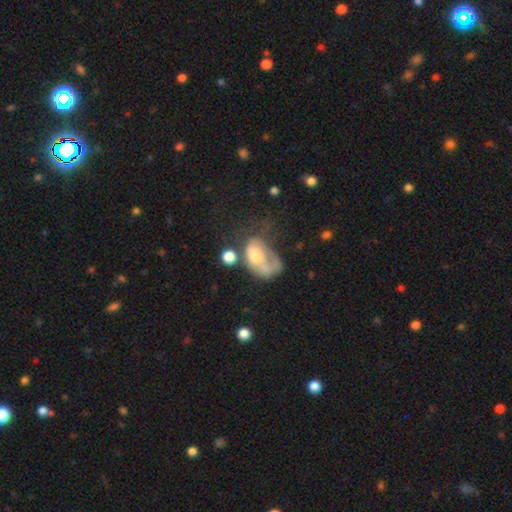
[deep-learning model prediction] Smooth or featured? Predicted: smooth (p=0.51). How rounded? Predicted: in between (p=0.84). Merging? Predicted: major disturbance (p=0.42).